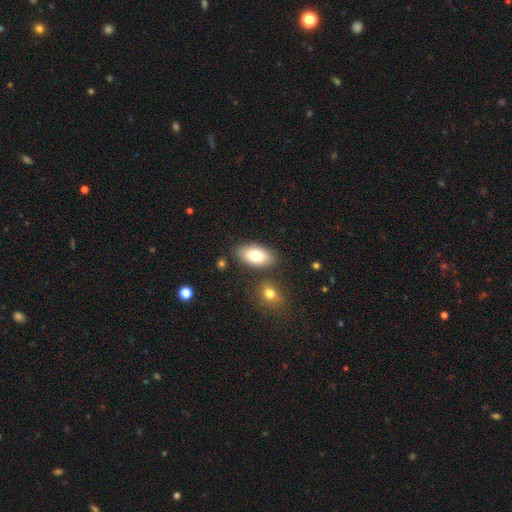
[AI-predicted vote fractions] Q: Smooth or featured?
A: smooth (78%); runner-up: featured or disk (15%)
Q: How rounded?
A: in between (93%); runner-up: round (5%)
Q: Merging?
A: none (81%); runner-up: minor disturbance (10%)